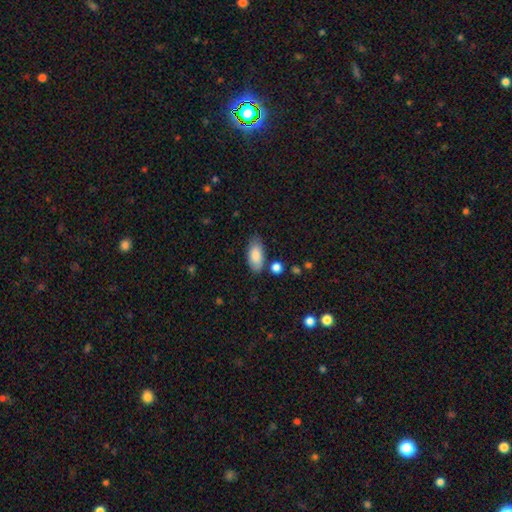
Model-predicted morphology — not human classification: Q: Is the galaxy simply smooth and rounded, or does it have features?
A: smooth — 85%.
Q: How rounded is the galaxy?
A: in between — 89%.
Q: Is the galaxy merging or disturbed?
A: none — 74%.